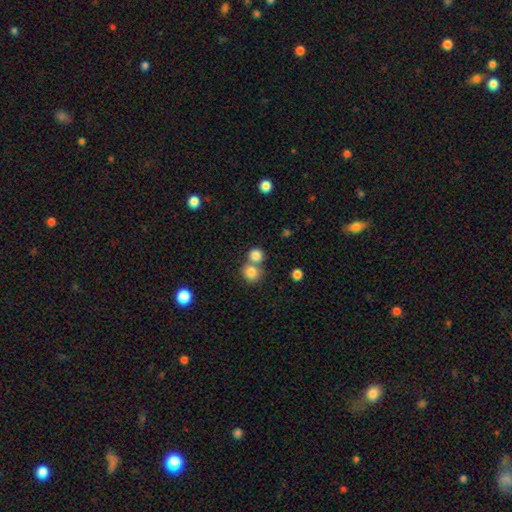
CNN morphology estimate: The model was most divided on "merging": none: 52%, merger: 39%, minor disturbance: 6%, major disturbance: 3%. More confident: how rounded — round (86%); smooth or featured — smooth (82%).